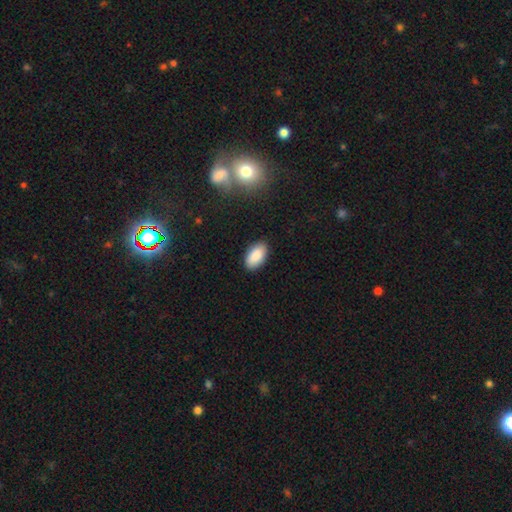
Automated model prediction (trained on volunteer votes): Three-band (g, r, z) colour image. It shows a smooth galaxy with no disk features (88%) that is in between round and cigar-shaped (94%). Merging: none (88%).